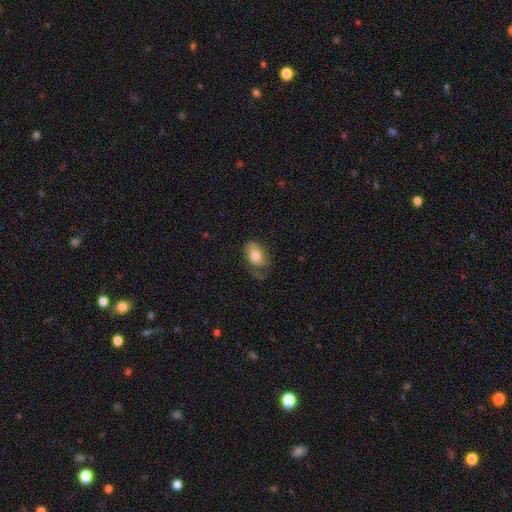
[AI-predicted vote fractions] smooth-or-featured: smooth: 70% | featured or disk: 23% | star or artifact: 7%
  how-rounded: in between: 87% | round: 11% | cigar-shaped: 2%
  merging: none: 42% | minor disturbance: 31% | major disturbance: 25% | merger: 2%